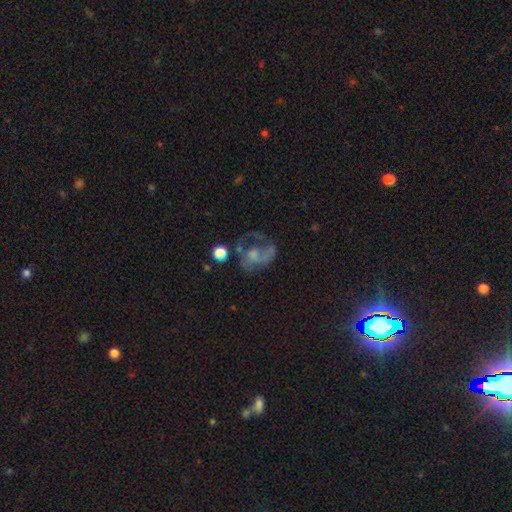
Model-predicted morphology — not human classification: Q: Smooth or featured?
A: featured or disk (56%); runner-up: smooth (31%)
Q: Edge-on disk?
A: no (98%); runner-up: yes (2%)
Q: Bar?
A: no (74%); runner-up: weak (22%)
Q: Spiral arms?
A: yes (56%); runner-up: no (44%)
Q: Bulge size?
A: none (31%); tied with: moderate (31%)
Q: Merging?
A: major disturbance (43%); runner-up: none (31%)